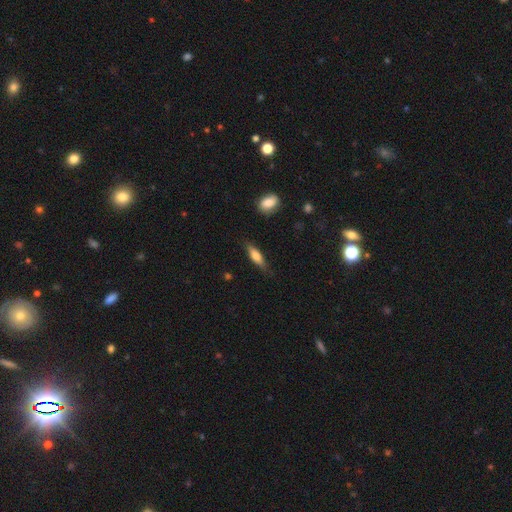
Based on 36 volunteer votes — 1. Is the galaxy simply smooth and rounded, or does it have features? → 78% smooth, 19% featured or disk, 3% star or artifact.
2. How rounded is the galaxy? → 61% in between, 39% cigar-shaped, 0% round.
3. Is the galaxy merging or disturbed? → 74% none, 20% minor disturbance, 3% major disturbance, 3% merger.